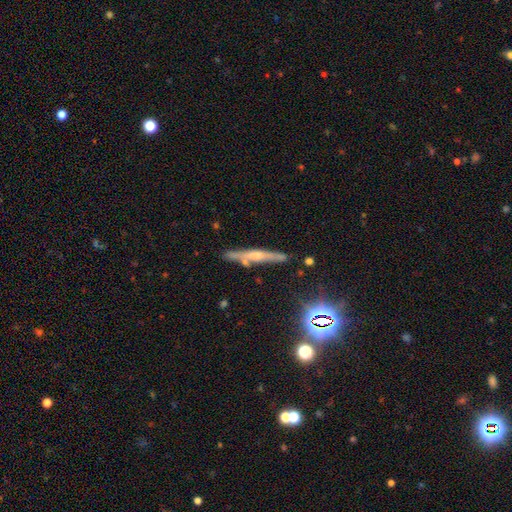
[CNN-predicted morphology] featured or disk 60%, smooth 23%, star or artifact 17%. Down the decision tree: edge-on disk — yes (91%); edge-on bulge — rounded (69%); merging — none (79%).